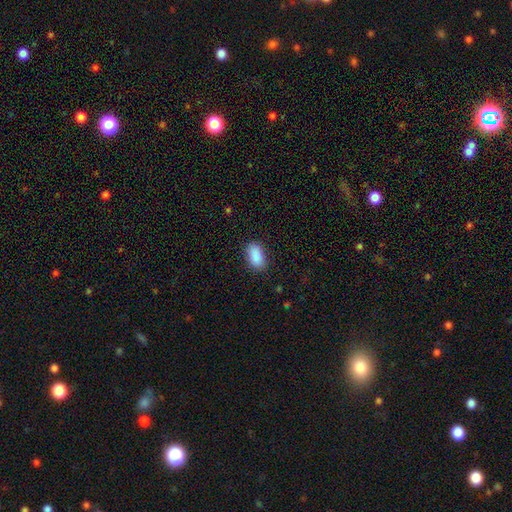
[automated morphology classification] smooth_or_featured: smooth (p=0.89) [alt: star or artifact p=0.07]
how_rounded: in between (p=0.92) [alt: round p=0.05]
merging: none (p=0.83) [alt: minor disturbance p=0.13]